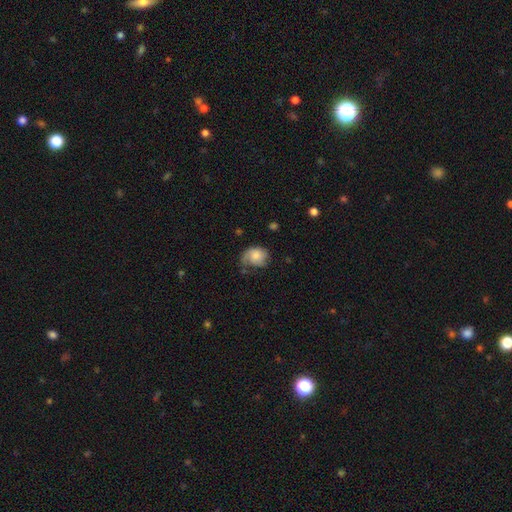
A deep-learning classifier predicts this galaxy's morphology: Smooth or featured? Predicted: smooth (p=0.58). How rounded? Predicted: in between (p=0.50). Merging? Predicted: none (p=0.42).